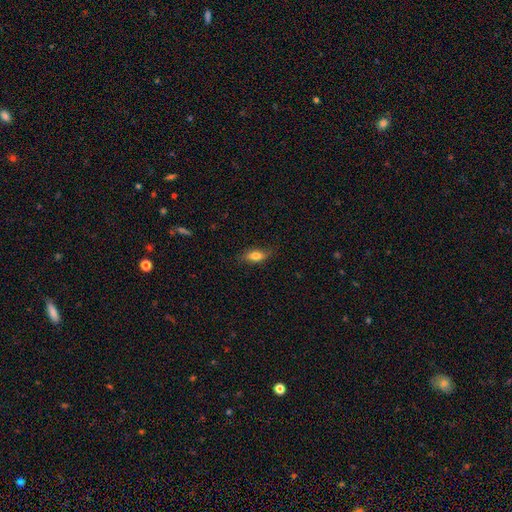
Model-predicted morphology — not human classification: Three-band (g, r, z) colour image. It shows a smooth galaxy with no disk features (76%) that is in between round and cigar-shaped (81%). Merging: none (77%).